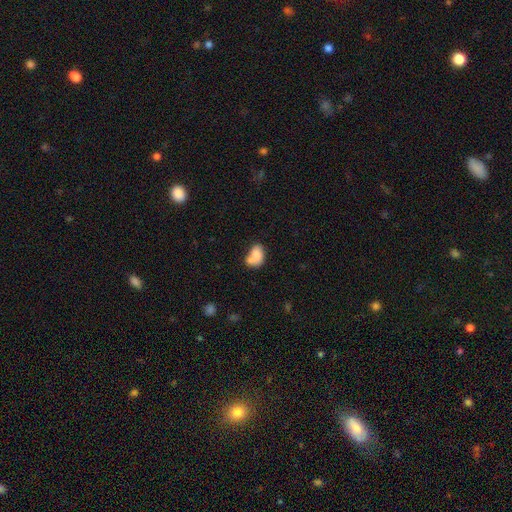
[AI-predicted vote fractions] A smooth galaxy with no disk features (76%) that is in between round and cigar-shaped (78%). Merging: merger (42%).